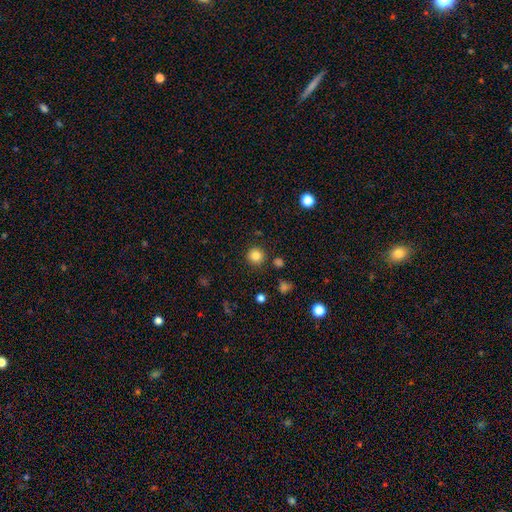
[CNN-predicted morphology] type=smooth (83%); roundness=round (94%); merging=none (88%).